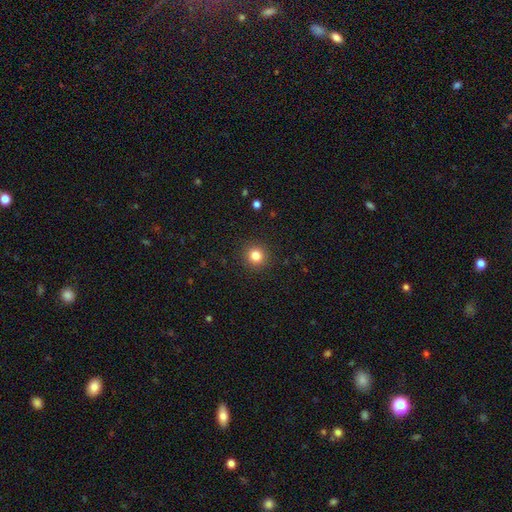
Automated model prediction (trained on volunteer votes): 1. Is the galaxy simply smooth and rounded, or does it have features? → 82% smooth, 12% star or artifact, 6% featured or disk.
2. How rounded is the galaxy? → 93% round, 6% in between, 1% cigar-shaped.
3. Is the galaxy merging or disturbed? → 92% none, 5% minor disturbance, 2% major disturbance, 1% merger.